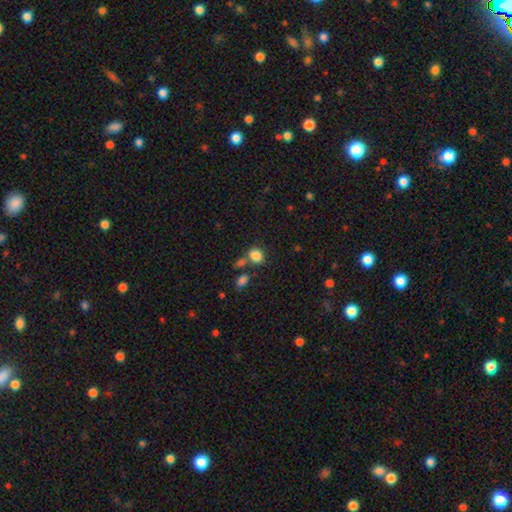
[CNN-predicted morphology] Smooth or featured? smooth (84%)
How rounded? in between (53%)
Merging? none (59%)